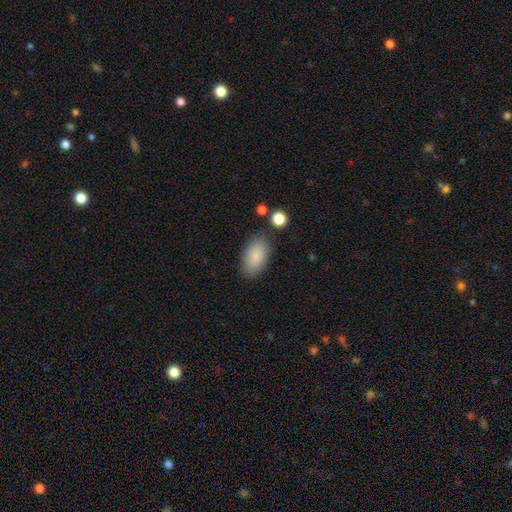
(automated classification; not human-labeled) Smooth or featured?
  - smooth: 85% *
  - featured or disk: 7%
  - star or artifact: 7%
How rounded?
  - in between: 94% *
  - round: 5%
  - cigar-shaped: 2%
Merging?
  - none: 83% *
  - minor disturbance: 11%
  - major disturbance: 3%
  - merger: 2%